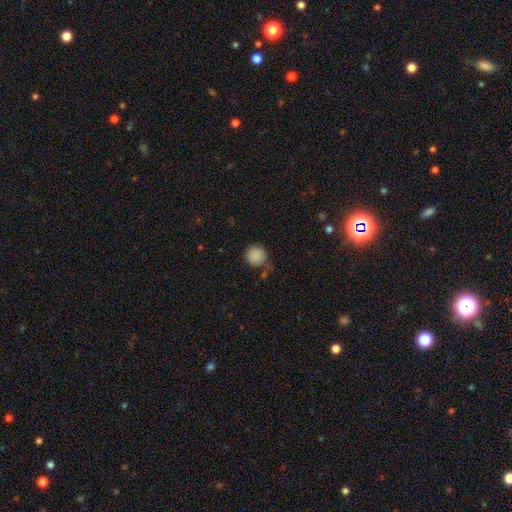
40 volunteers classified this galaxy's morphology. Smooth or featured?
  - smooth: 88% *
  - star or artifact: 8%
  - featured or disk: 5%
How rounded?
  - round: 100% *
  - in between: 0%
  - cigar-shaped: 0%
Merging?
  - none: 81% *
  - minor disturbance: 11%
  - merger: 5%
  - major disturbance: 3%